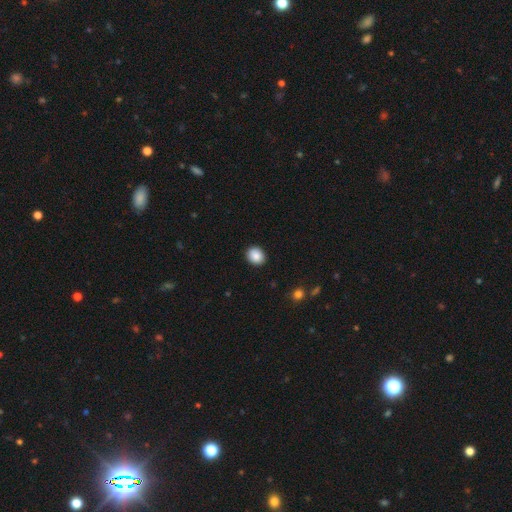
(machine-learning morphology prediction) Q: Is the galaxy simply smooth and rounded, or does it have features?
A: smooth — 88%.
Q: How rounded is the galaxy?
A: round — 69%.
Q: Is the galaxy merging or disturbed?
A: none — 91%.